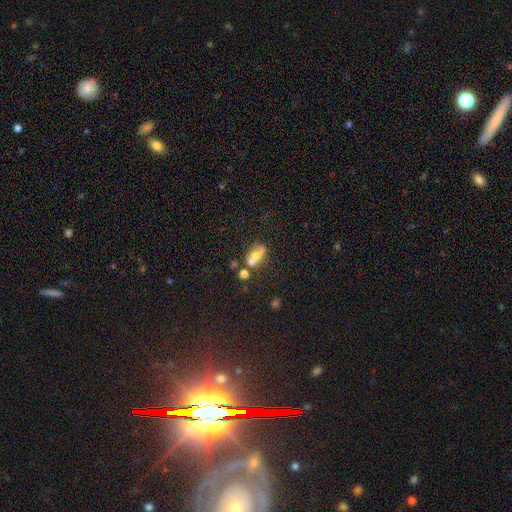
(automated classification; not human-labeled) Smooth or featured? smooth (51%)
How rounded? in between (55%)
Merging? merger (45%)